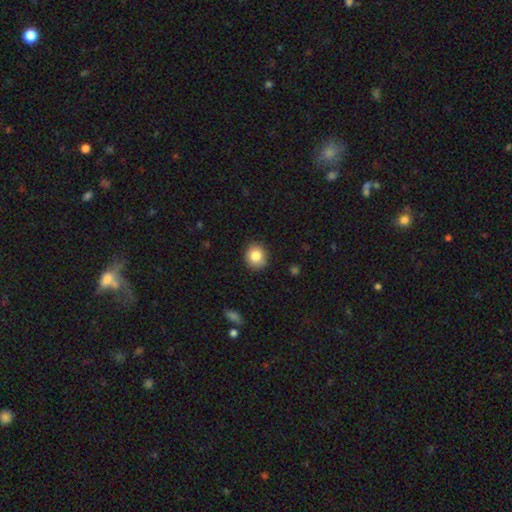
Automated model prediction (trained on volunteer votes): Smooth or featured? smooth (83%)
How rounded? round (75%)
Merging? none (90%)